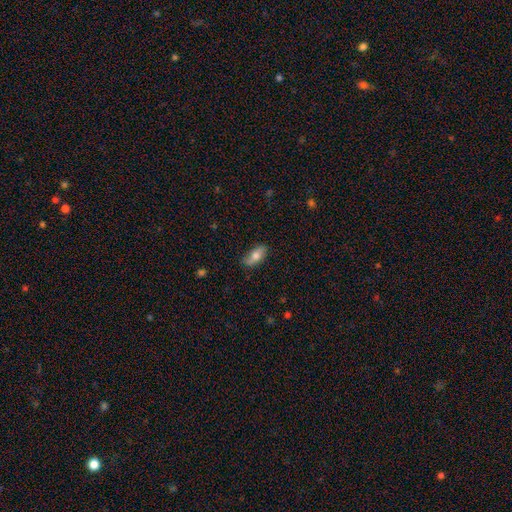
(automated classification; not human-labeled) Smooth or featured? Predicted: smooth (p=0.71). How rounded? Predicted: in between (p=0.83). Merging? Predicted: none (p=0.81).